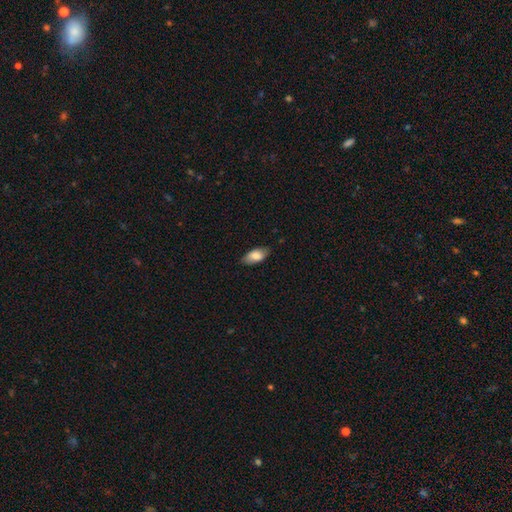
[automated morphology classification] This appears to be a smooth galaxy with no disk features (80%) that is in between round and cigar-shaped (89%). Merging: none (83%).